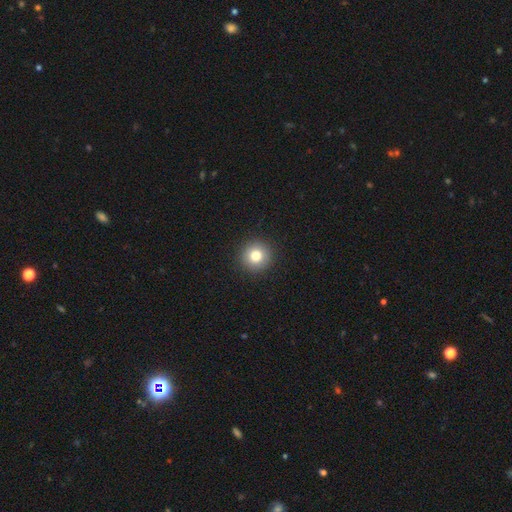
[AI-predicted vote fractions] A smooth galaxy with no disk features (80%) that is round (95%). Merging: none (92%).